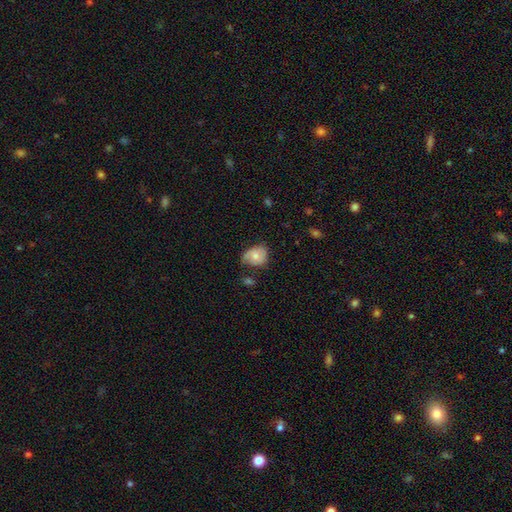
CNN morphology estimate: A smooth galaxy with no disk features (59%) that is in between round and cigar-shaped (56%). Merging: none (48%).